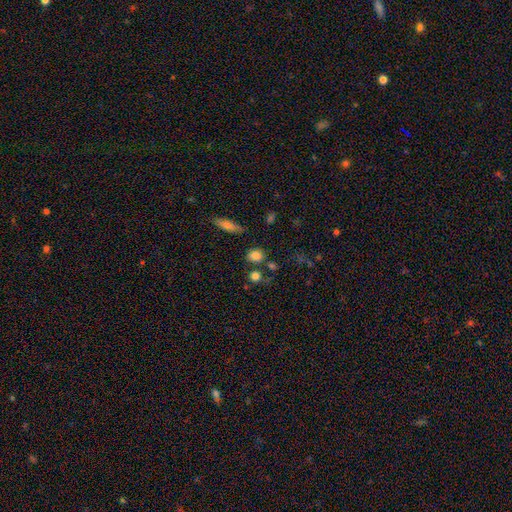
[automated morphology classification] A smooth galaxy with no disk features (81%) that is round (73%).

Vote fractions:
- Smooth or featured? smooth: 81% / star or artifact: 11% / featured or disk: 8%
- How rounded? round: 73% / in between: 25% / cigar-shaped: 2%
- Merging? none: 73% / merger: 12% / minor disturbance: 11% / major disturbance: 4%